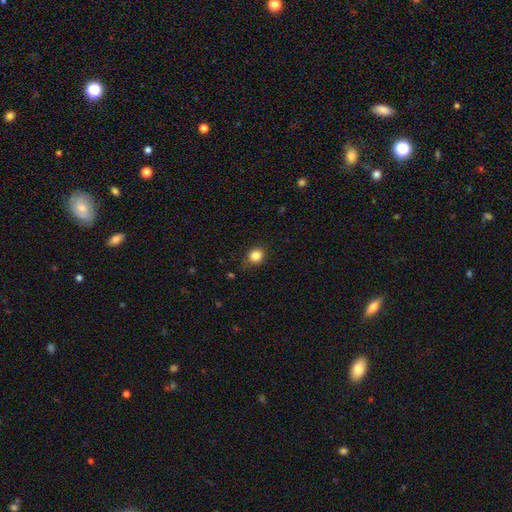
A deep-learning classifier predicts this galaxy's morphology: This is clearly a smooth galaxy (84%). How rounded: likely round (76%). Merging: likely none (77%).